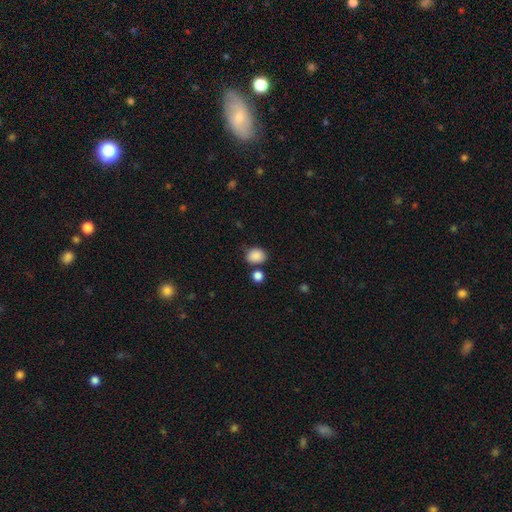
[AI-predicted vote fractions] This is clearly a smooth galaxy (88%). How rounded: possibly in between (51%). Merging: likely none (70%).